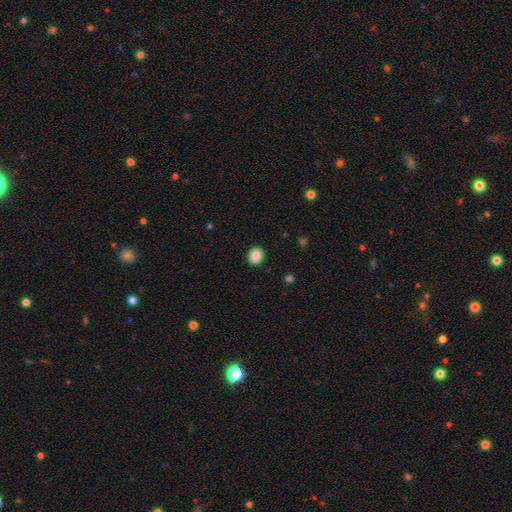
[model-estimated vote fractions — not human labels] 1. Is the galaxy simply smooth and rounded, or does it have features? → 88% smooth, 9% star or artifact, 4% featured or disk.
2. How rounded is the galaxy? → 56% round, 43% in between, 1% cigar-shaped.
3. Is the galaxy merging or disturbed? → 90% none, 7% minor disturbance, 2% major disturbance, 1% merger.